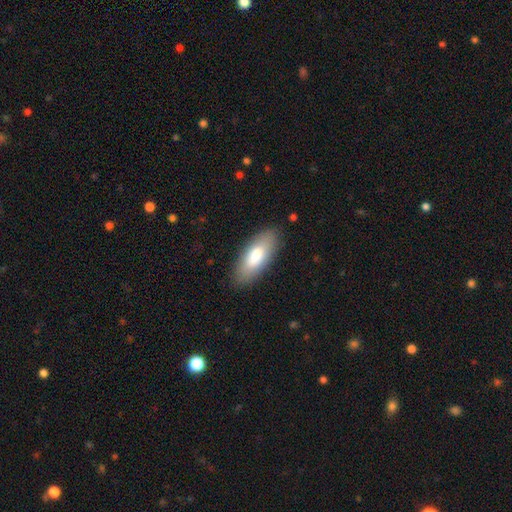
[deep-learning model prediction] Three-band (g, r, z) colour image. It shows a smooth galaxy with no disk features (79%) that is in between round and cigar-shaped (79%). Merging: none (85%).